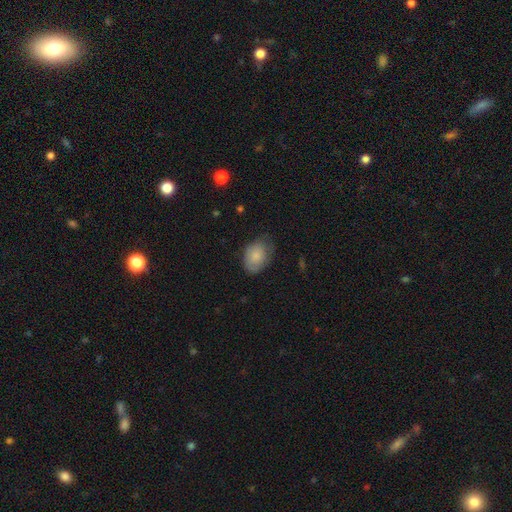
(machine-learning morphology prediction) This appears to be a smooth galaxy with no disk features (83%) that is in between round and cigar-shaped (82%). Merging: none (63%).